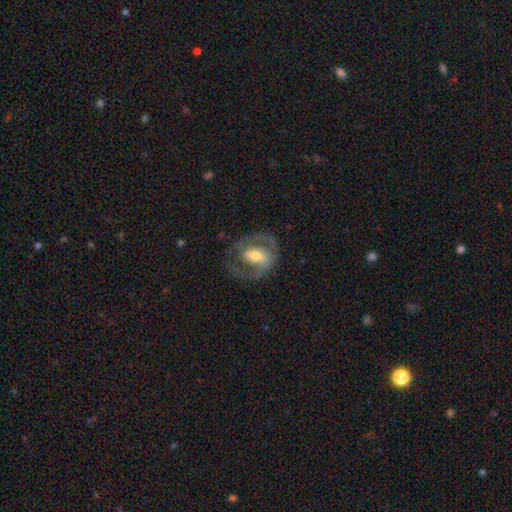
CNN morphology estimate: smooth_or_featured: featured or disk (p=0.75) [alt: smooth p=0.19]
disk_edge_on: no (p=0.95) [alt: yes p=0.05]
bar: strong (p=0.40) [alt: weak p=0.36]
has_spiral_arms: yes (p=0.73) [alt: no p=0.27]
spiral_winding: medium (p=0.47) [alt: tight p=0.36]
spiral_arm_count: 2 (p=0.73) [alt: 1 p=0.12]
bulge_size: moderate (p=0.60) [alt: small p=0.27]
merging: none (p=0.64) [alt: major disturbance p=0.17]